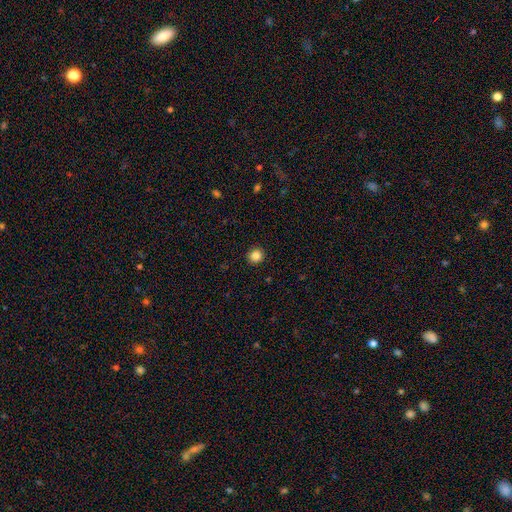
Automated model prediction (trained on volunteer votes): This appears to be a smooth galaxy with no disk features (85%) that is round (93%). Merging: none (93%).